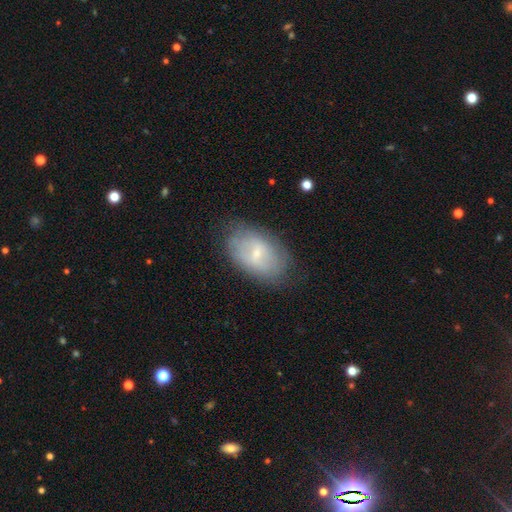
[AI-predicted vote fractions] smooth-or-featured: smooth: 48% | featured or disk: 42% | star or artifact: 10%
  merging: none: 76% | minor disturbance: 18% | major disturbance: 5% | merger: 1%